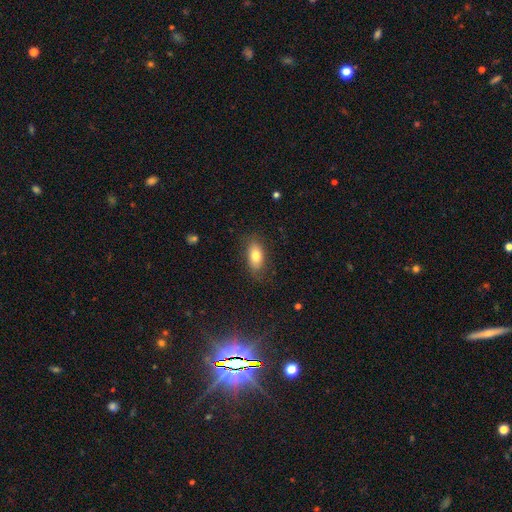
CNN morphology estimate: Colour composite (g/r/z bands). It shows a smooth galaxy with no disk features (79%) that is in between round and cigar-shaped (88%). Merging: none (79%).